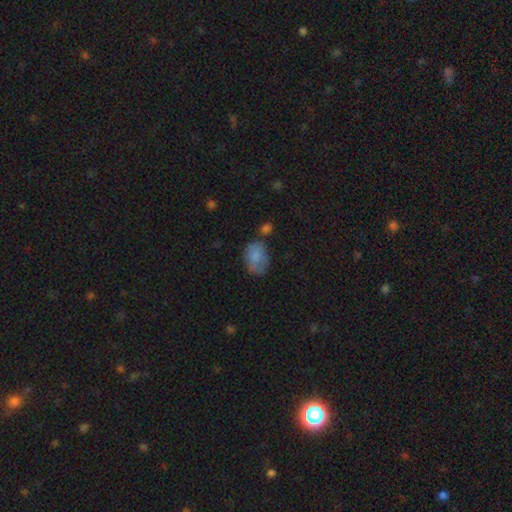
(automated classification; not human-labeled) A smooth galaxy with no disk features (78%) that is in between round and cigar-shaped (75%).

Vote fractions:
- Smooth or featured? smooth: 78% / featured or disk: 13% / star or artifact: 9%
- How rounded? in between: 75% / round: 24% / cigar-shaped: 1%
- Merging? none: 52% / minor disturbance: 28% / major disturbance: 11% / merger: 9%